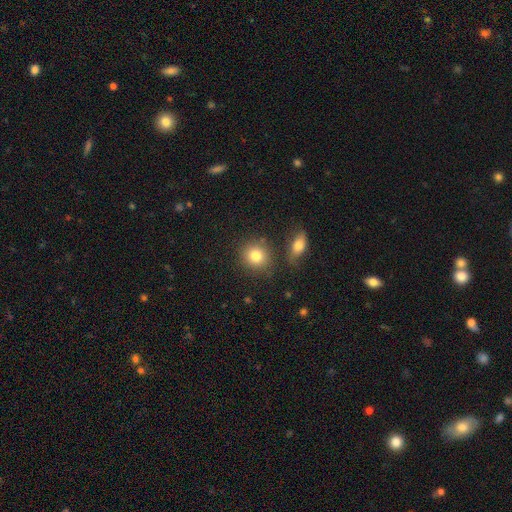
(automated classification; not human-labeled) A smooth galaxy with no disk features (81%) that is round (82%). Merging: none (78%).